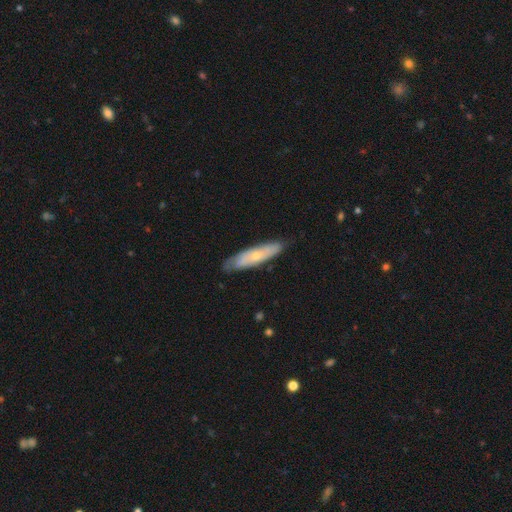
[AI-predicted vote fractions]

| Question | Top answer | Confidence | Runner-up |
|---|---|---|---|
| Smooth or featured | featured or disk | 51% | smooth (43%) |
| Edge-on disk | no | 58% | yes (42%) |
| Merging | none | 77% | minor disturbance (18%) |